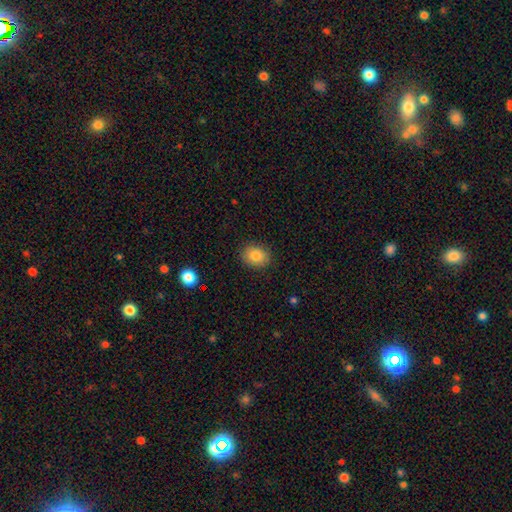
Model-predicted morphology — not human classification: type=smooth (84%); roundness=round (53%); merging=none (89%).